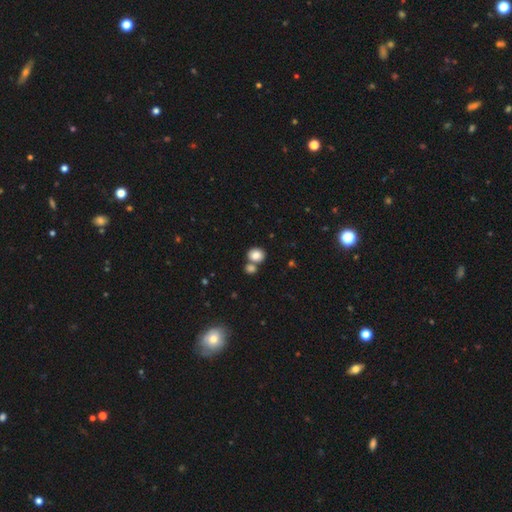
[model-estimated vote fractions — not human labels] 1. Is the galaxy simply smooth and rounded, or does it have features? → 84% smooth, 9% star or artifact, 7% featured or disk.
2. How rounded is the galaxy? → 71% round, 28% in between, 1% cigar-shaped.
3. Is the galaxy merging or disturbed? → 55% none, 34% merger, 8% minor disturbance, 3% major disturbance.